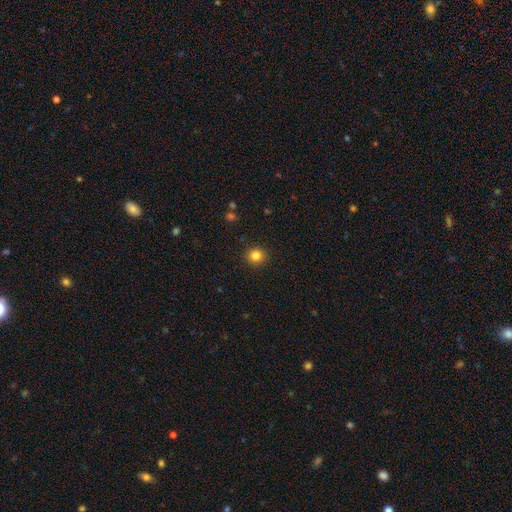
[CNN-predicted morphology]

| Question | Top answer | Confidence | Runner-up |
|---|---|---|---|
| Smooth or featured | smooth | 83% | star or artifact (12%) |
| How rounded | round | 90% | in between (9%) |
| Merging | none | 91% | minor disturbance (6%) |